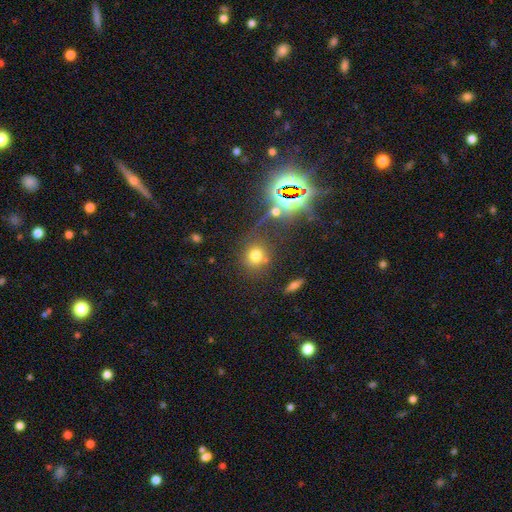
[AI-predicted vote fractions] Smooth or featured: smooth — 67% (star or artifact — 23%)
How rounded: round — 83% (in between — 16%)
Merging: none — 71% (minor disturbance — 12%)